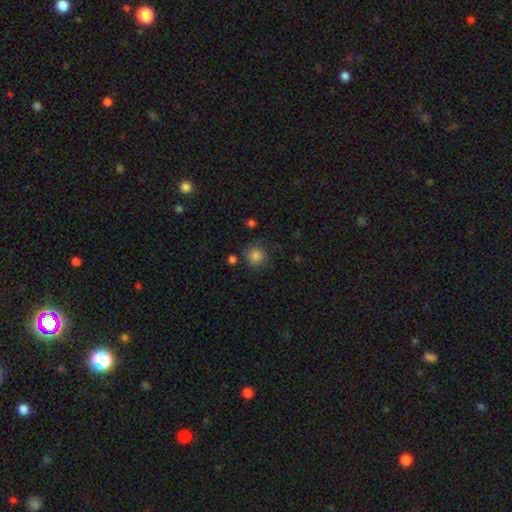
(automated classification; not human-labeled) This appears to be a smooth galaxy with no disk features (82%) that is round (90%). Merging: none (76%).